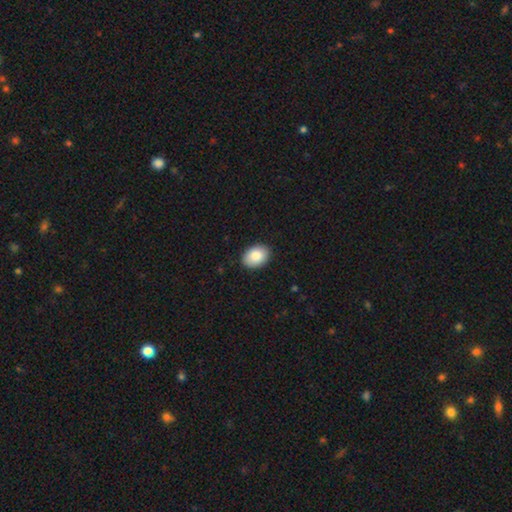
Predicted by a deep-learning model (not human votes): smooth-or-featured: smooth: 87% | star or artifact: 7% | featured or disk: 6%
  how-rounded: in between: 81% | round: 18% | cigar-shaped: 1%
  merging: none: 89% | minor disturbance: 8% | major disturbance: 2% | merger: 1%